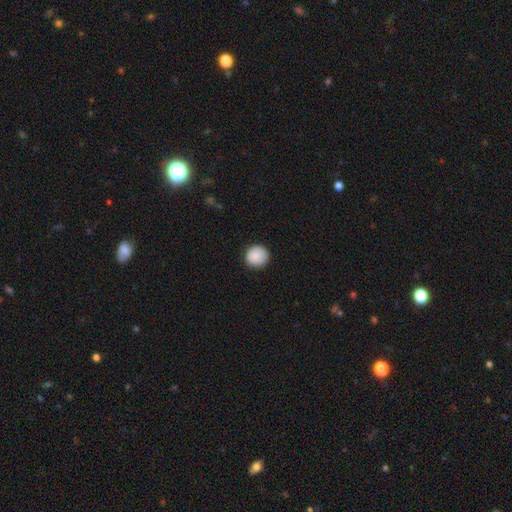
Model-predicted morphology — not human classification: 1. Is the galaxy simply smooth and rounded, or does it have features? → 89% smooth, 7% star or artifact, 4% featured or disk.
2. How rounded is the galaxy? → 93% round, 6% in between, 1% cigar-shaped.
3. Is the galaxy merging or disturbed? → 89% none, 8% minor disturbance, 2% major disturbance, 1% merger.